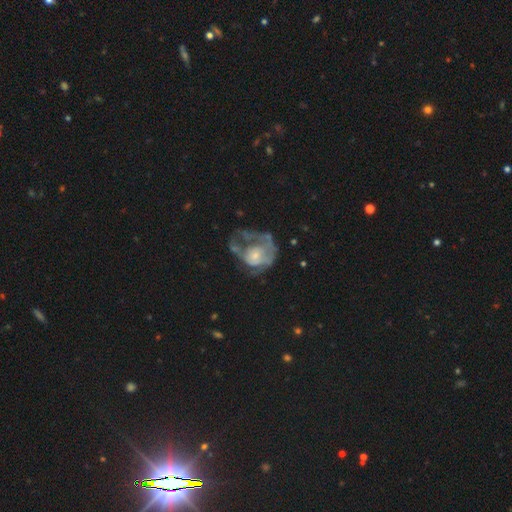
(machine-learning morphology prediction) Smooth or featured: featured or disk — 62% (smooth — 30%)
Edge-on disk: no — 97% (yes — 3%)
Bar: no — 85% (weak — 13%)
Spiral arms: no — 61% (yes — 39%)
Bulge size: small — 51% (moderate — 31%)
Merging: major disturbance — 54% (none — 21%)